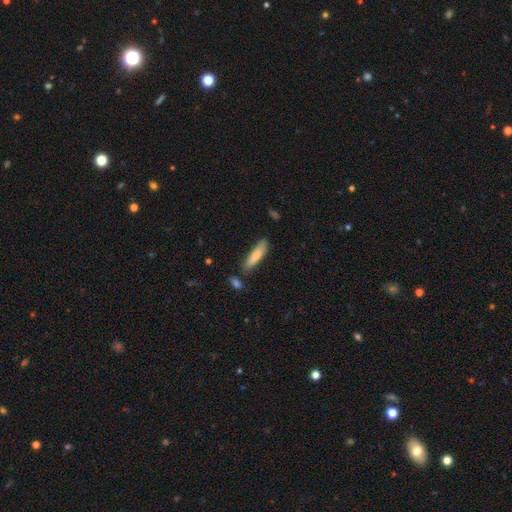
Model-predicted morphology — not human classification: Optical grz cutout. It shows a smooth galaxy with no disk features (78%) that is cigar-shaped (74%). Merging: none (77%).